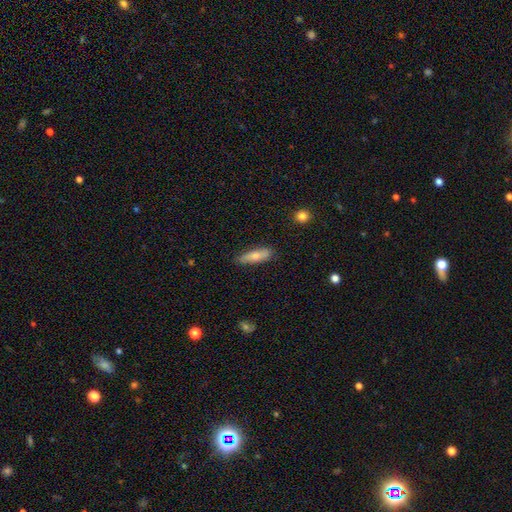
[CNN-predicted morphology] The model was most divided on "how rounded": cigar-shaped: 56%, in between: 42%, round: 2%. More confident: merging — none (81%); smooth or featured — smooth (70%).